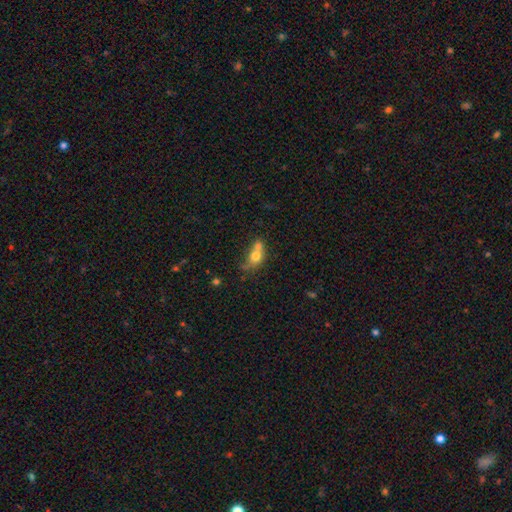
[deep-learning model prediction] A smooth galaxy with no disk features (70%) that is in between round and cigar-shaped (49%).

Vote fractions:
- Smooth or featured? smooth: 70% / featured or disk: 19% / star or artifact: 11%
- How rounded? in between: 49% / round: 48% / cigar-shaped: 3%
- Merging? merger: 58% / none: 24% / minor disturbance: 11% / major disturbance: 7%